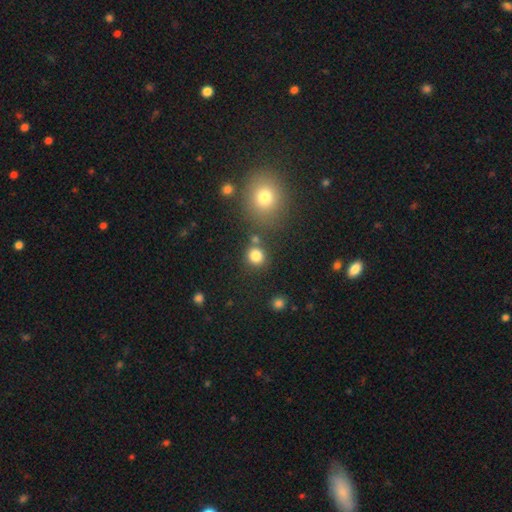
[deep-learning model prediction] smooth-or-featured: smooth: 81% | star or artifact: 13% | featured or disk: 5%
  how-rounded: round: 88% | in between: 11% | cigar-shaped: 1%
  merging: none: 78% | merger: 10% | minor disturbance: 8% | major disturbance: 4%